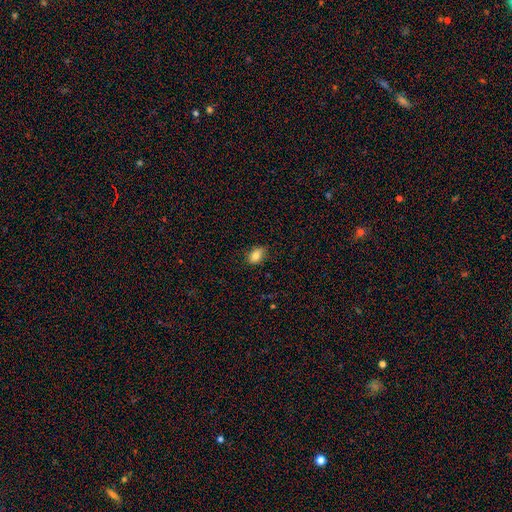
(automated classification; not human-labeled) Smooth or featured: smooth — 83% (star or artifact — 9%)
How rounded: in between — 83% (round — 15%)
Merging: none — 79% (minor disturbance — 17%)